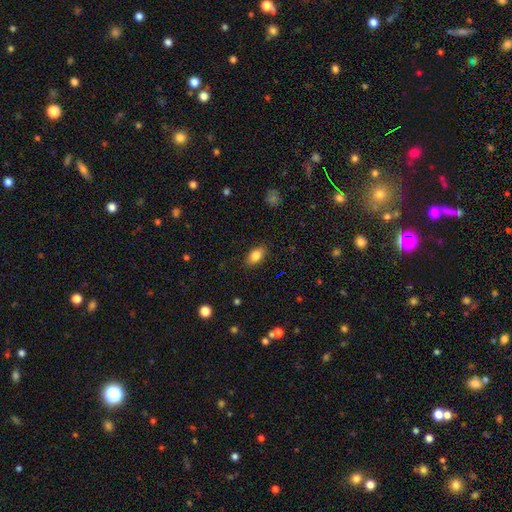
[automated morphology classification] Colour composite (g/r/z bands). It shows a smooth galaxy with no disk features (84%) that is in between round and cigar-shaped (89%). Merging: none (87%).